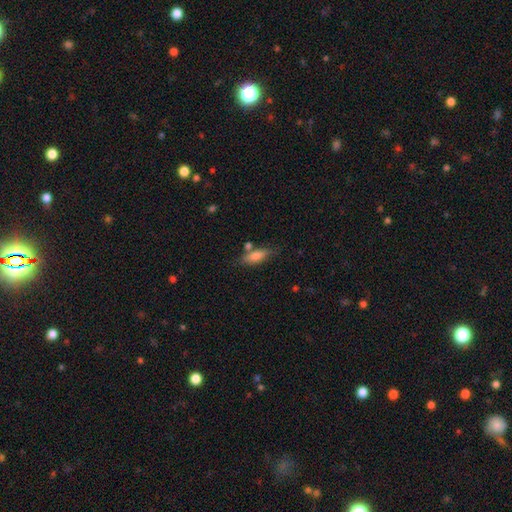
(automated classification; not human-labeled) Smooth or featured? Predicted: smooth (p=0.79). How rounded? Predicted: in between (p=0.63). Merging? Predicted: none (p=0.68).